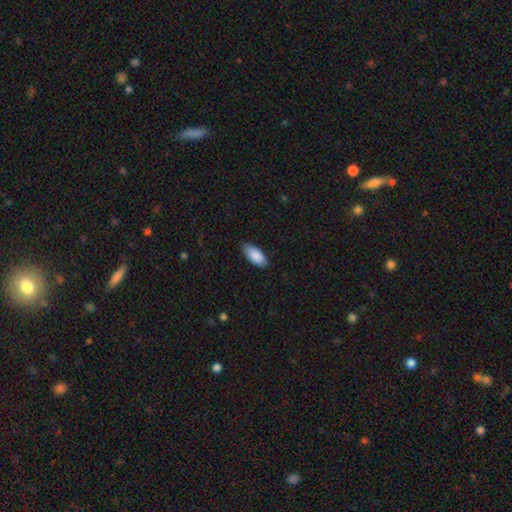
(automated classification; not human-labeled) Smooth or featured? smooth (89%)
How rounded? in between (89%)
Merging? none (80%)